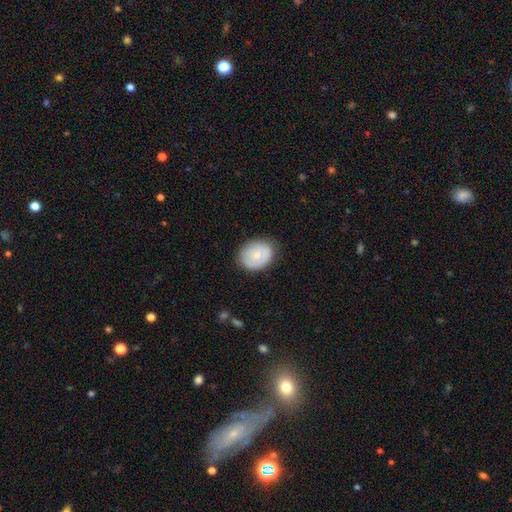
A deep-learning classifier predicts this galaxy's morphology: This appears to be a smooth galaxy with no disk features (76%) that is in between round and cigar-shaped (54%). Merging: none (79%).